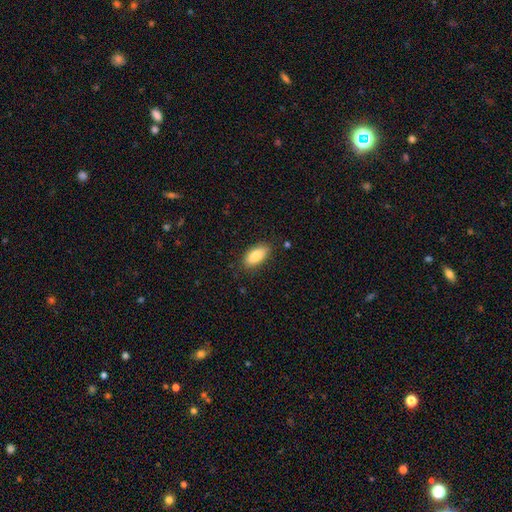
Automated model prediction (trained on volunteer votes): Smooth or featured? smooth (84%)
How rounded? in between (89%)
Merging? none (84%)